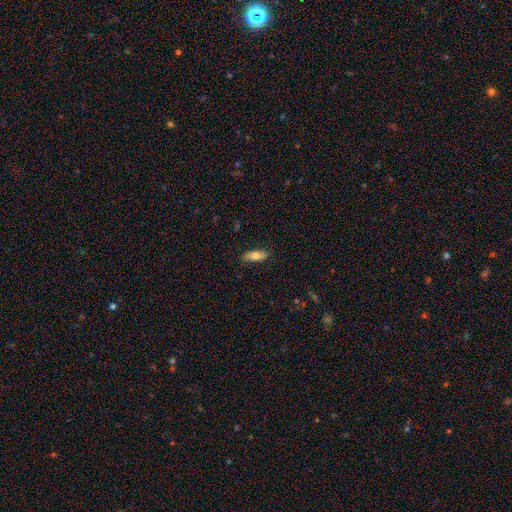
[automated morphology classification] smooth 69%, featured or disk 25%, star or artifact 6%. Down the decision tree: how rounded — in between (74%); merging — none (87%).